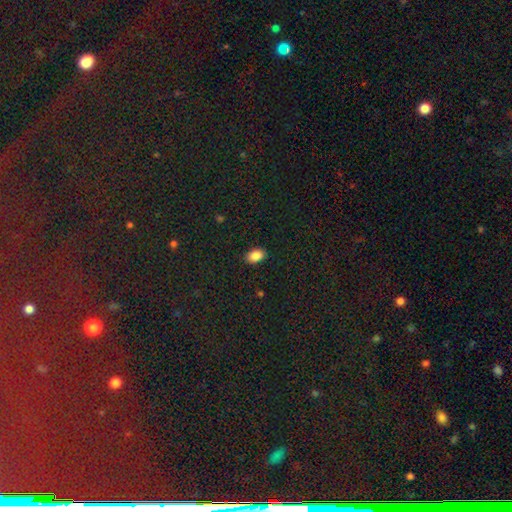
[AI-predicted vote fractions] Morphology: type=smooth (87%); roundness=in between (88%); merging=none (89%).